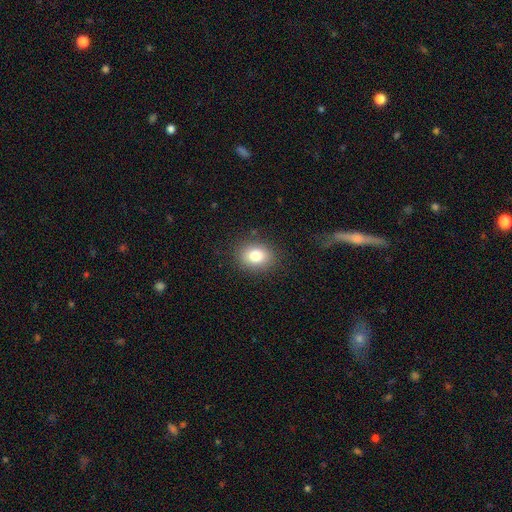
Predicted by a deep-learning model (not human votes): The model was most divided on "how rounded": in between: 53%, round: 46%, cigar-shaped: 1%. More confident: merging — none (86%); smooth or featured — smooth (81%).